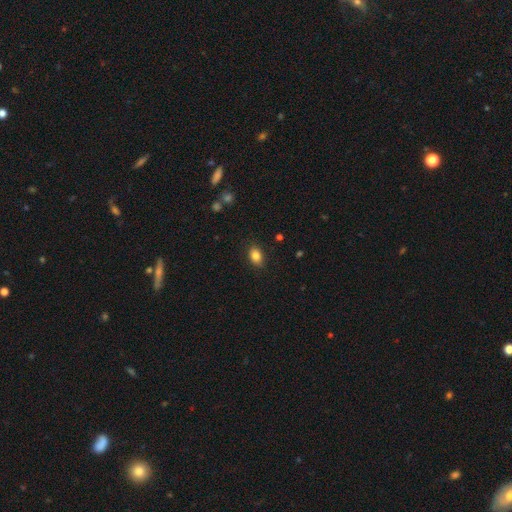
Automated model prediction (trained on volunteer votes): A smooth galaxy with no disk features (84%) that is in between round and cigar-shaped (83%). Merging: none (86%).